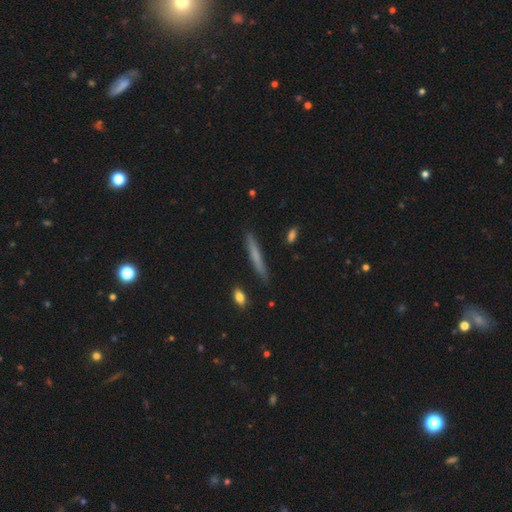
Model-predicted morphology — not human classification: This is likely a smooth galaxy (62%). How rounded: clearly cigar-shaped (95%). Merging: clearly none (87%).